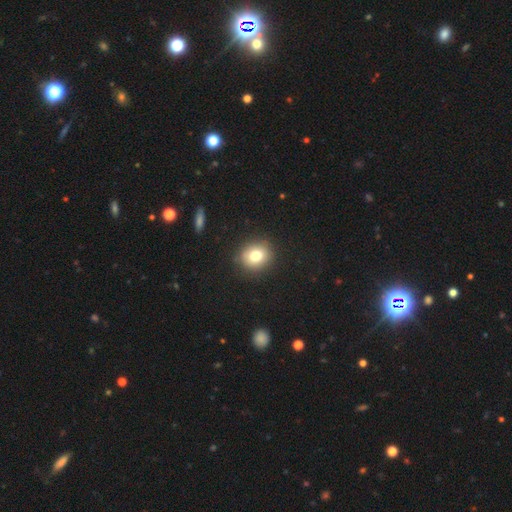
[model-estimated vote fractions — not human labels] Morphology: type=smooth (78%); roundness=round (78%); merging=none (88%).